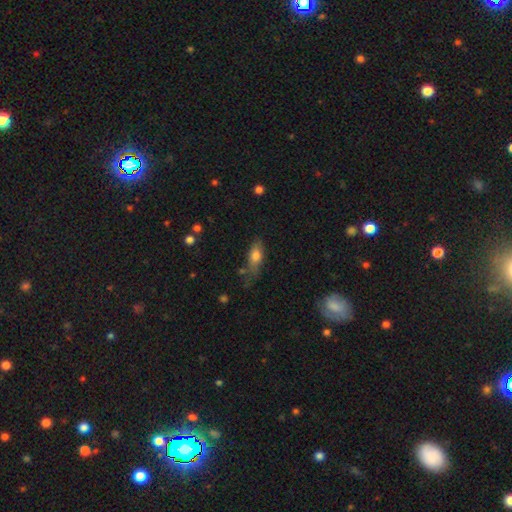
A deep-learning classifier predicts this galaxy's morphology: This appears to be a smooth galaxy with no disk features (74%) that is in between round and cigar-shaped (77%). Merging: none (50%).